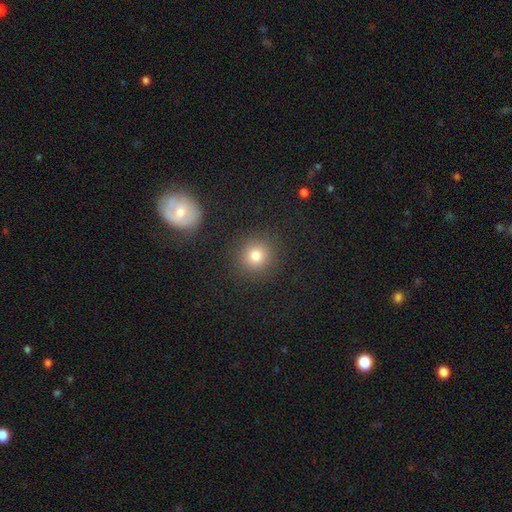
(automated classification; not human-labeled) A smooth galaxy with no disk features (80%) that is round (92%).

Vote fractions:
- Smooth or featured? smooth: 80% / star or artifact: 14% / featured or disk: 7%
- How rounded? round: 92% / in between: 7% / cigar-shaped: 1%
- Merging? none: 89% / minor disturbance: 6% / major disturbance: 3% / merger: 2%